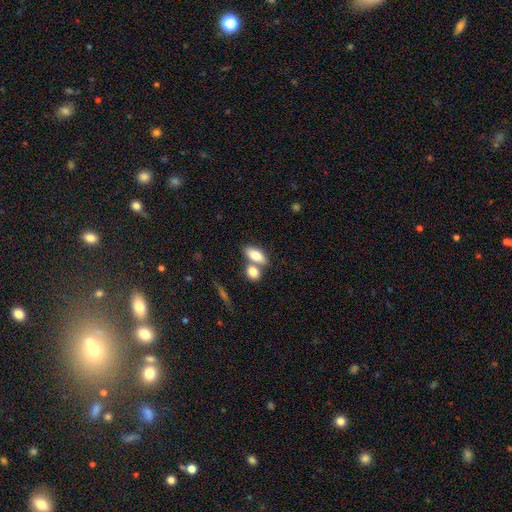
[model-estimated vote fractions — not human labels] smooth-or-featured: smooth: 75% | featured or disk: 19% | star or artifact: 7%
  how-rounded: in between: 81% | cigar-shaped: 13% | round: 6%
  merging: none: 47% | merger: 40% | minor disturbance: 9% | major disturbance: 4%